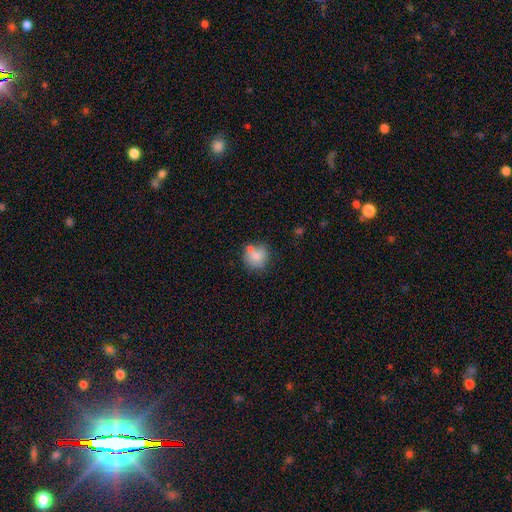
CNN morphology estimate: Smooth or featured: smooth — 76% (featured or disk — 15%)
How rounded: round — 85% (in between — 14%)
Merging: none — 58% (merger — 20%)